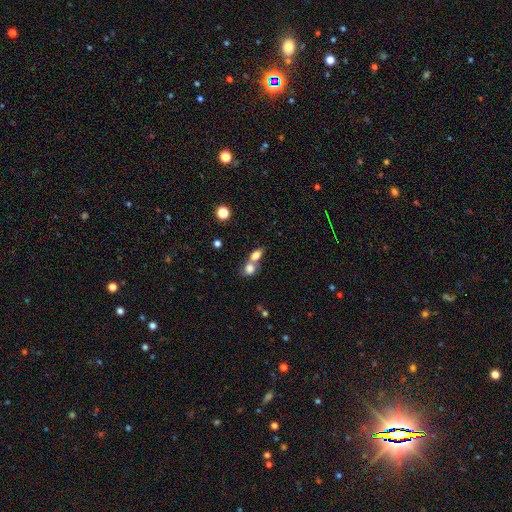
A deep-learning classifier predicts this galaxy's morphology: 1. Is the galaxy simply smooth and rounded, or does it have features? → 78% smooth, 12% featured or disk, 10% star or artifact.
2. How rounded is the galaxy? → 67% in between, 30% round, 3% cigar-shaped.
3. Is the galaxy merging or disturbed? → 66% merger, 24% none, 6% minor disturbance, 4% major disturbance.